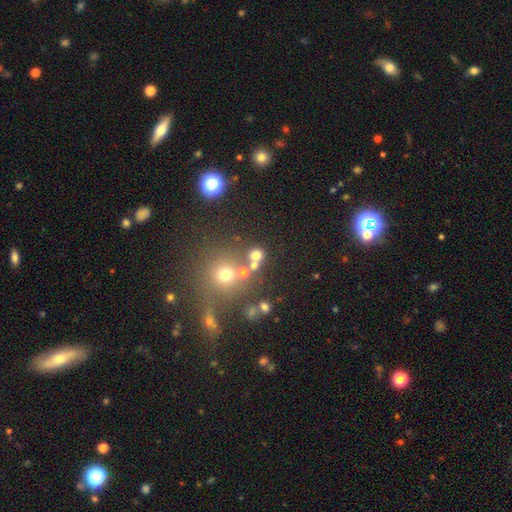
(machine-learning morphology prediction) This is likely a smooth galaxy (69%). How rounded: clearly round (86%). Merging: likely none (61%).